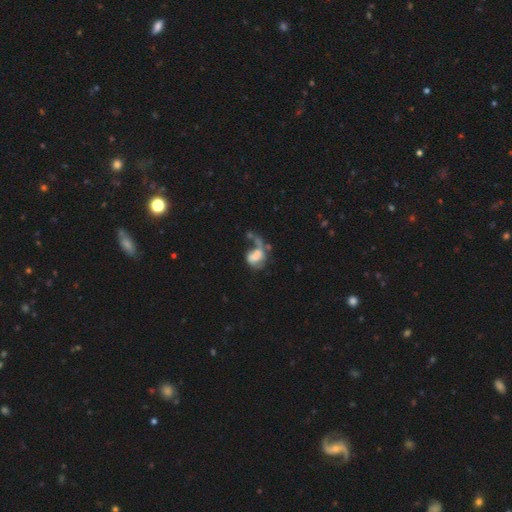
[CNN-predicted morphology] This is possibly a featured or disk galaxy (48%). Merging: marginally major disturbance (39%).